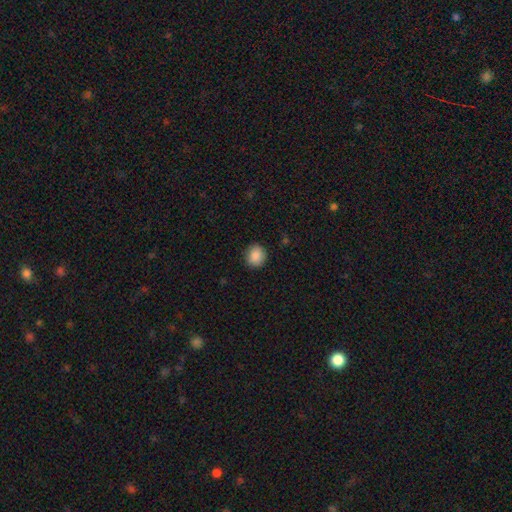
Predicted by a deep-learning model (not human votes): Q: Smooth or featured?
A: smooth (88%); runner-up: star or artifact (8%)
Q: How rounded?
A: round (79%); runner-up: in between (20%)
Q: Merging?
A: none (88%); runner-up: minor disturbance (9%)